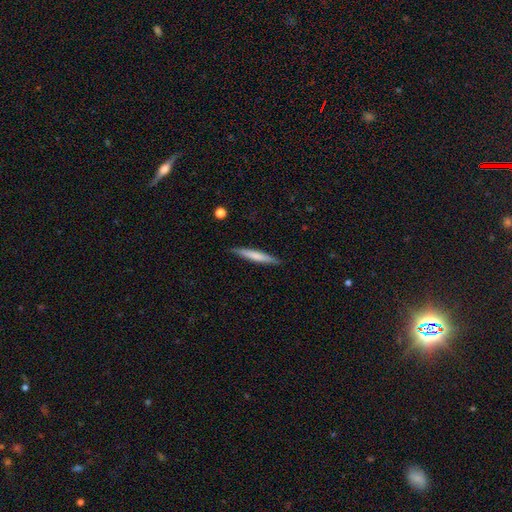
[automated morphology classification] smooth 64%, featured or disk 31%, star or artifact 5%. Down the decision tree: how rounded — cigar-shaped (94%); merging — none (89%).